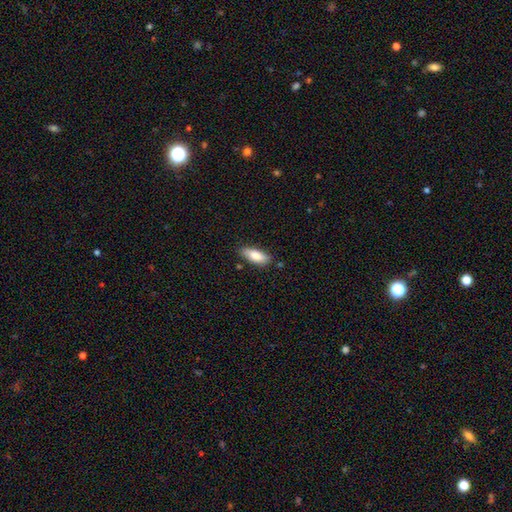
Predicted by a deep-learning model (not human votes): This is clearly a smooth galaxy (81%). How rounded: likely in between (75%). Merging: likely none (80%).